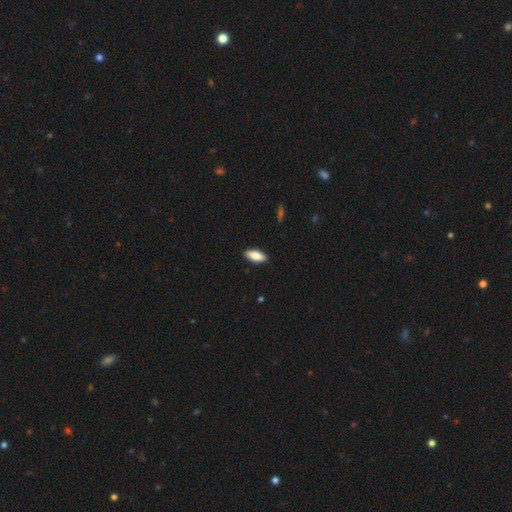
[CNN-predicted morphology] This appears to be a smooth galaxy with no disk features (83%) that is in between round and cigar-shaped (81%). Merging: none (90%).